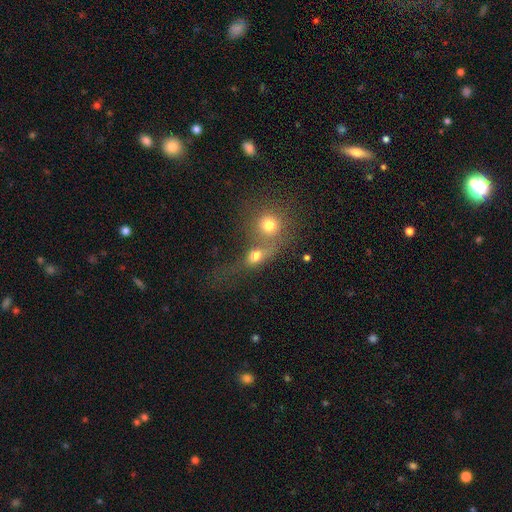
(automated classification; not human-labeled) This is likely a smooth galaxy (71%). How rounded: possibly round (56%). Merging: likely merger (61%).